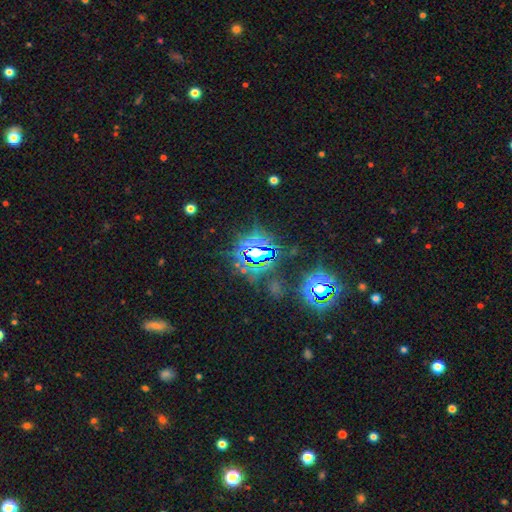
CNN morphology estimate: Smooth or featured: star or artifact — 79% (smooth — 12%)